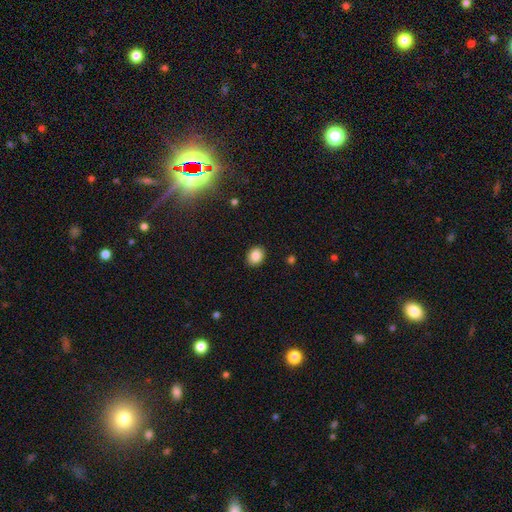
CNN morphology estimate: This appears to be a smooth galaxy with no disk features (87%) that is round (52%). Merging: none (90%).